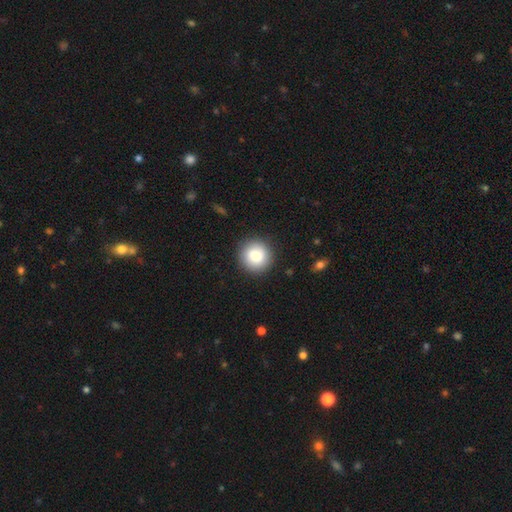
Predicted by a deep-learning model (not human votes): Overall: smooth (82%). How rounded: round (94%). Merging: none (90%).